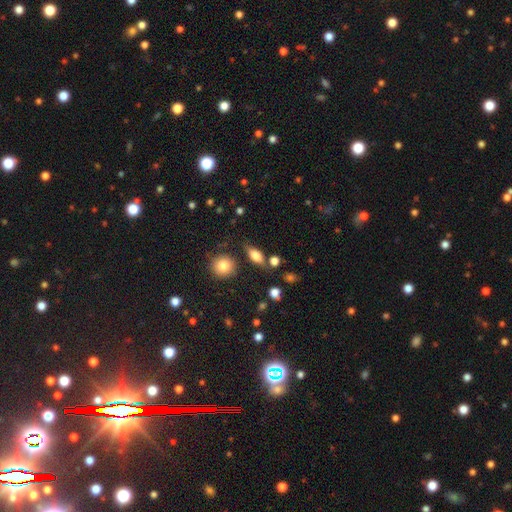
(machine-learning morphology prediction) A smooth galaxy with no disk features (74%) that is in between round and cigar-shaped (76%).

Vote fractions:
- Smooth or featured? smooth: 74% / featured or disk: 17% / star or artifact: 9%
- How rounded? in between: 76% / cigar-shaped: 14% / round: 10%
- Merging? none: 71% / minor disturbance: 17% / merger: 6% / major disturbance: 6%